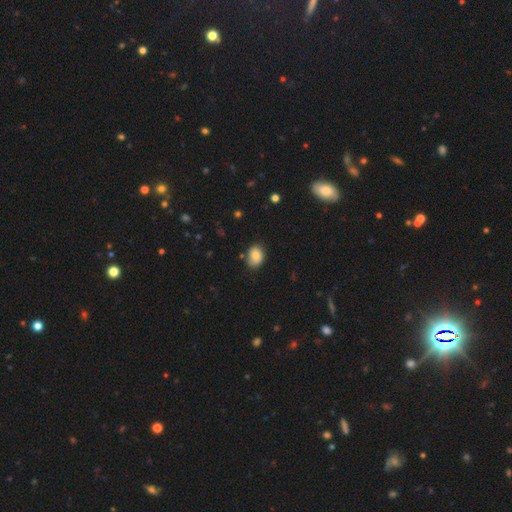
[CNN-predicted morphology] Smooth or featured? Predicted: smooth (p=0.80). How rounded? Predicted: in between (p=0.70). Merging? Predicted: none (p=0.75).